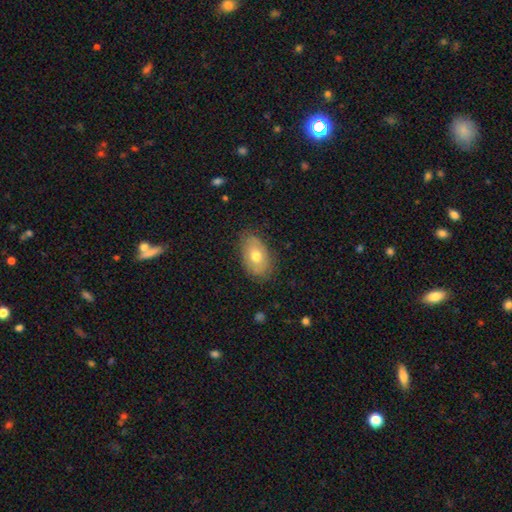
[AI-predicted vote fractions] smooth-or-featured: smooth: 59% | featured or disk: 34% | star or artifact: 7%
  how-rounded: in between: 89% | round: 9% | cigar-shaped: 1%
  merging: none: 76% | minor disturbance: 19% | major disturbance: 4% | merger: 1%